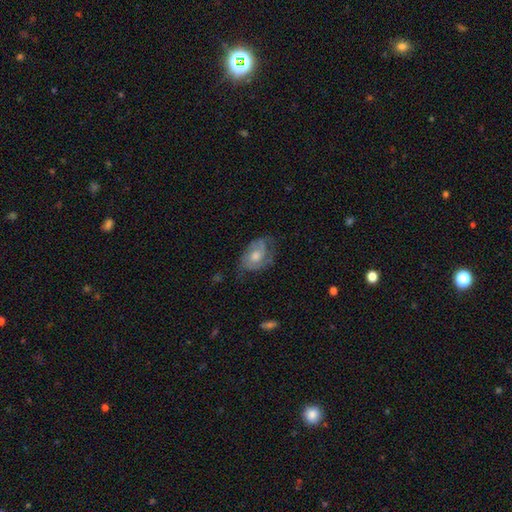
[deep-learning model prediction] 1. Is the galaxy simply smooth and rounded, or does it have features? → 61% featured or disk, 30% smooth, 9% star or artifact.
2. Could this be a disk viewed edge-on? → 95% no, 5% yes.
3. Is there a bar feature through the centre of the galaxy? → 74% no, 22% weak, 4% strong.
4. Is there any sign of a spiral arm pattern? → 77% yes, 23% no.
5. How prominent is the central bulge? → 62% moderate, 16% small, 16% large, 3% none, 2% dominant.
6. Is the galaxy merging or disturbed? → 58% none, 26% minor disturbance, 14% major disturbance, 1% merger.